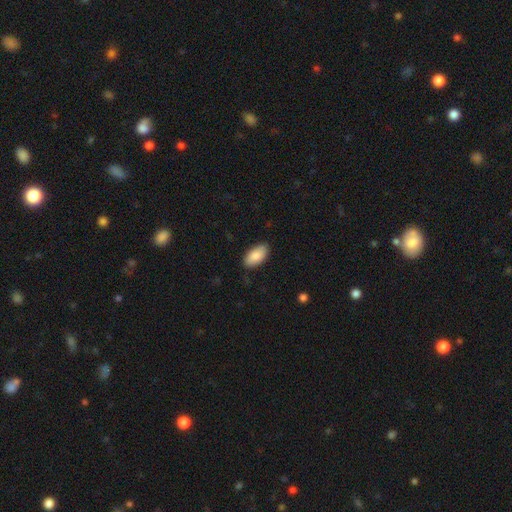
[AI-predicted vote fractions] A smooth galaxy with no disk features (87%) that is in between round and cigar-shaped (94%). Merging: none (87%).